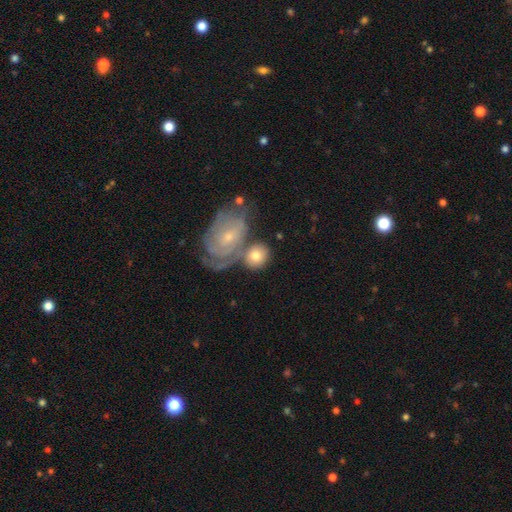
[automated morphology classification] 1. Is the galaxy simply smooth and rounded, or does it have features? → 59% smooth, 34% featured or disk, 6% star or artifact.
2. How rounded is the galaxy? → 66% round, 32% in between, 1% cigar-shaped.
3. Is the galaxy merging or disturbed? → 48% none, 32% merger, 13% minor disturbance, 6% major disturbance.